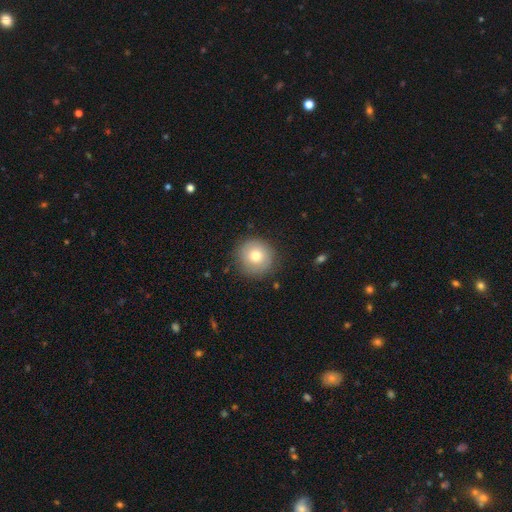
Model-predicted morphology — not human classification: Overall: smooth (76%). How rounded: round (94%). Merging: none (86%).